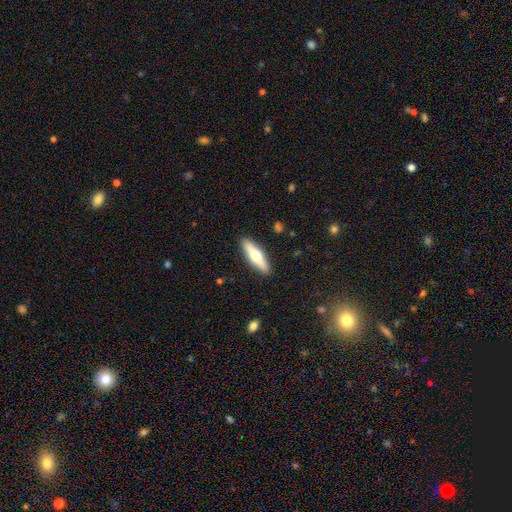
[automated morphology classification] smooth_or_featured: smooth (p=0.57) [alt: featured or disk p=0.38]
how_rounded: cigar-shaped (p=0.64) [alt: in between p=0.34]
merging: none (p=0.90) [alt: minor disturbance p=0.07]